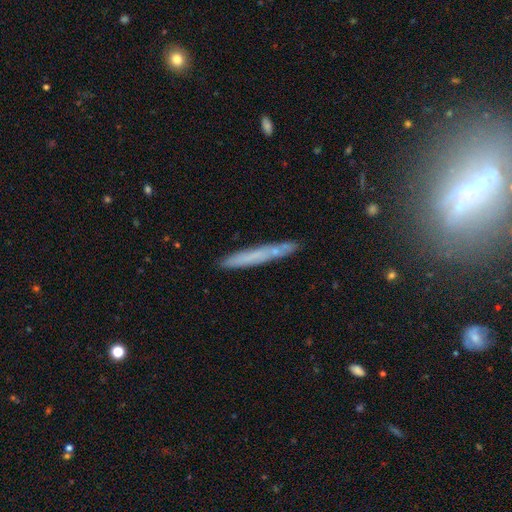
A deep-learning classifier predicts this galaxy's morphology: type=smooth (57%); roundness=cigar-shaped (96%); merging=none (84%).